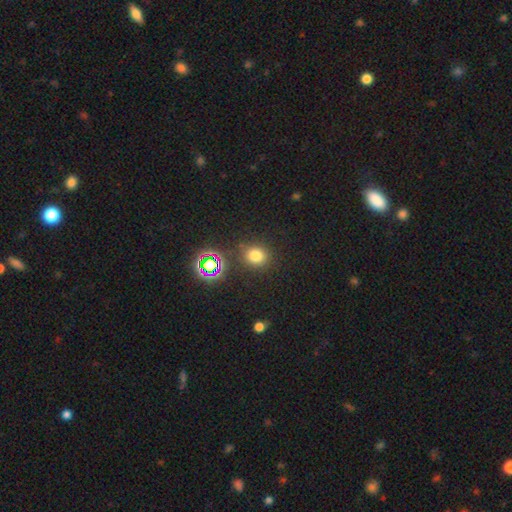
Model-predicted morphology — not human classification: This is likely a smooth galaxy (71%). How rounded: likely round (73%). Merging: clearly none (84%).